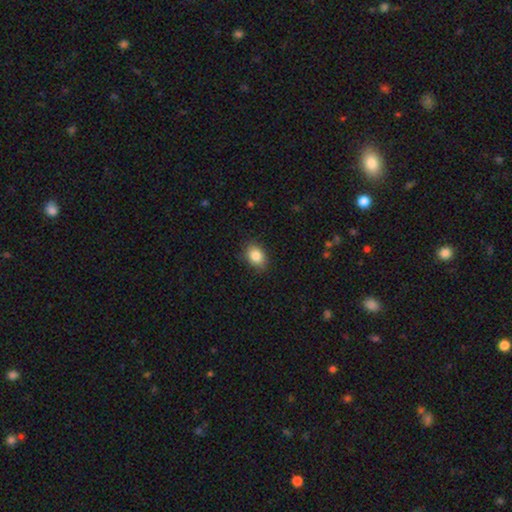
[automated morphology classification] type=smooth (85%); roundness=in between (73%); merging=none (85%).